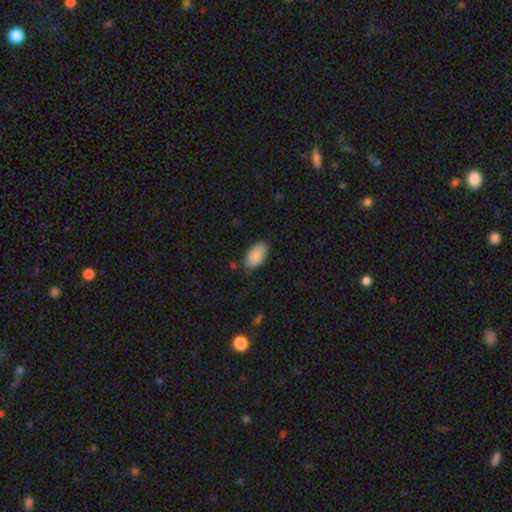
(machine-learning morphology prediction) This appears to be a smooth galaxy with no disk features (88%) that is in between round and cigar-shaped (95%). Merging: none (79%).